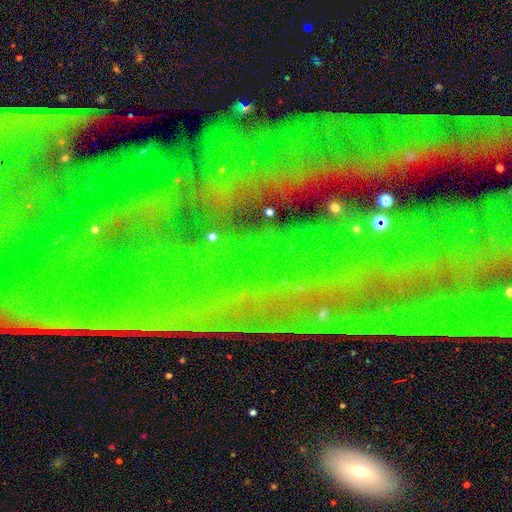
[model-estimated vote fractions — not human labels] star or artifact 78%, featured or disk 13%, smooth 8%.